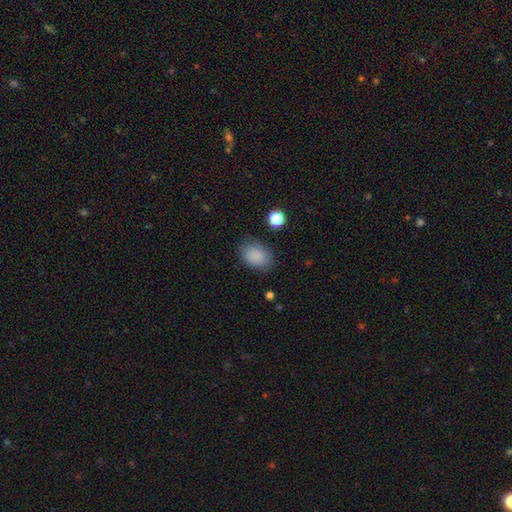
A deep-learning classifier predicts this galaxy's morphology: type=smooth (87%); roundness=in between (77%); merging=none (79%).